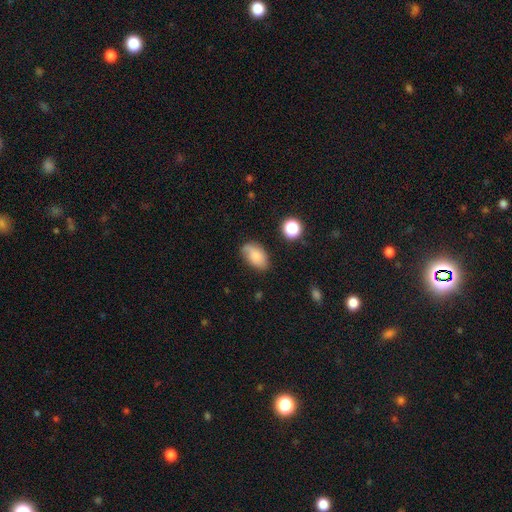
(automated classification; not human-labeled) A smooth galaxy with no disk features (69%) that is in between round and cigar-shaped (91%). Merging: none (64%).